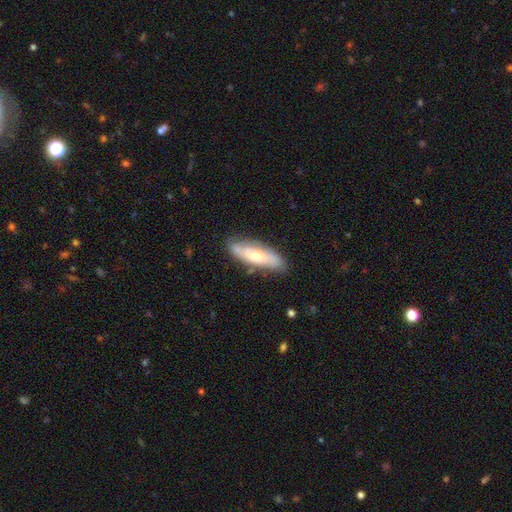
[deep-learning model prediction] Smooth or featured? smooth (53%)
How rounded? in between (52%)
Merging? none (77%)